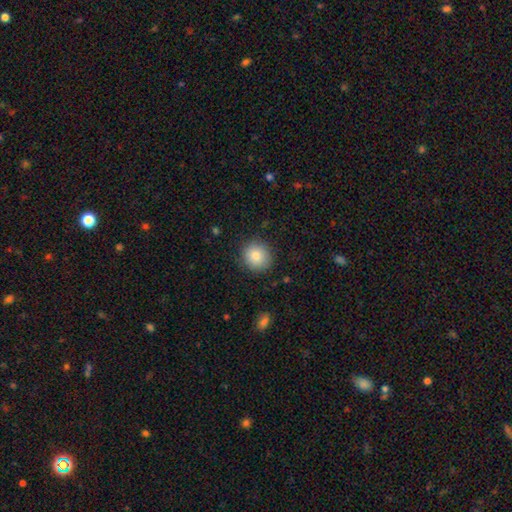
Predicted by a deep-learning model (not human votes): Smooth or featured?
  - smooth: 83% *
  - star or artifact: 9%
  - featured or disk: 8%
How rounded?
  - round: 90% *
  - in between: 9%
  - cigar-shaped: 1%
Merging?
  - none: 88% *
  - minor disturbance: 9%
  - major disturbance: 2%
  - merger: 1%